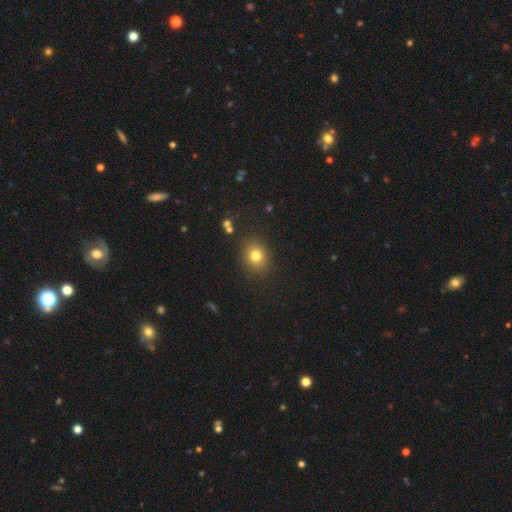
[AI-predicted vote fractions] Smooth or featured: smooth — 78% (star or artifact — 14%)
How rounded: round — 64% (in between — 35%)
Merging: none — 85% (minor disturbance — 9%)